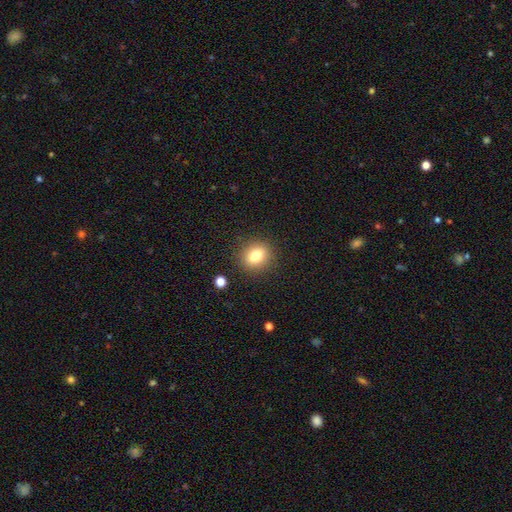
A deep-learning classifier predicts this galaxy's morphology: Smooth or featured? smooth (79%)
How rounded? round (66%)
Merging? none (88%)